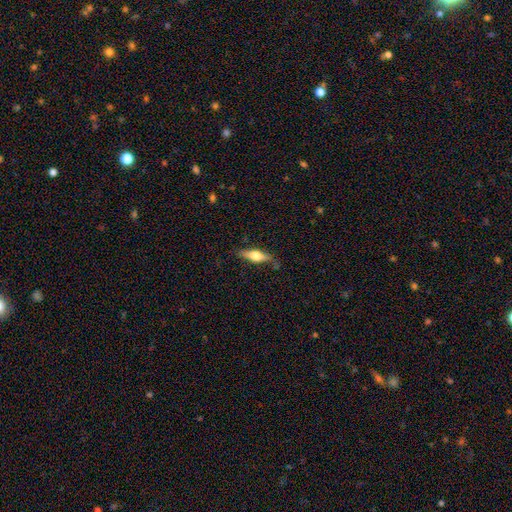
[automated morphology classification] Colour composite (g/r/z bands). It shows a smooth galaxy with no disk features (47%, tied with featured or disk). Merging: none (74%).